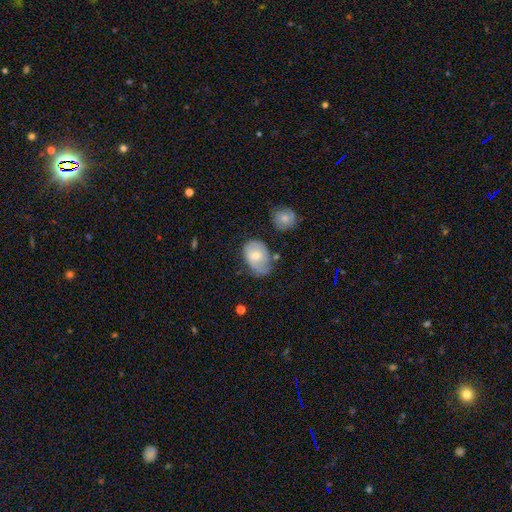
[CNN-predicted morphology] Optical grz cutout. It shows a smooth galaxy with no disk features (62%) that is in between round and cigar-shaped (78%). Merging: none (47%).